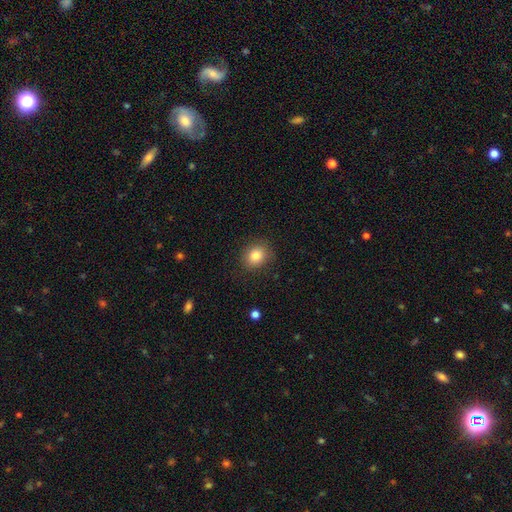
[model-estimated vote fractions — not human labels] smooth 83%, star or artifact 10%, featured or disk 7%. Down the decision tree: how rounded — round (67%); merging — none (85%).